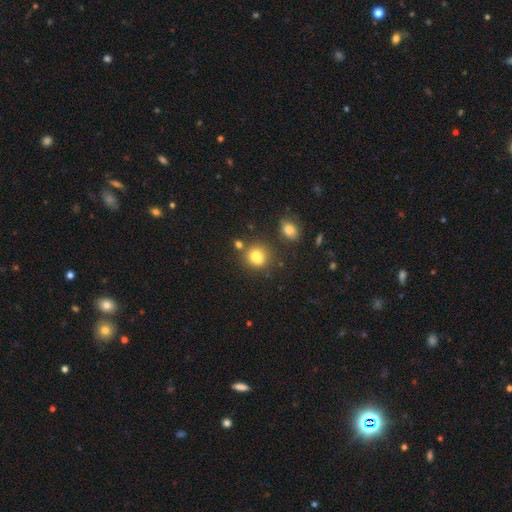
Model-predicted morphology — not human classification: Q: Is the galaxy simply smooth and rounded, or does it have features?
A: smooth — 76%.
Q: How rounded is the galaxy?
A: round — 67%.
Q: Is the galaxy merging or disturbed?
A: none — 54%.